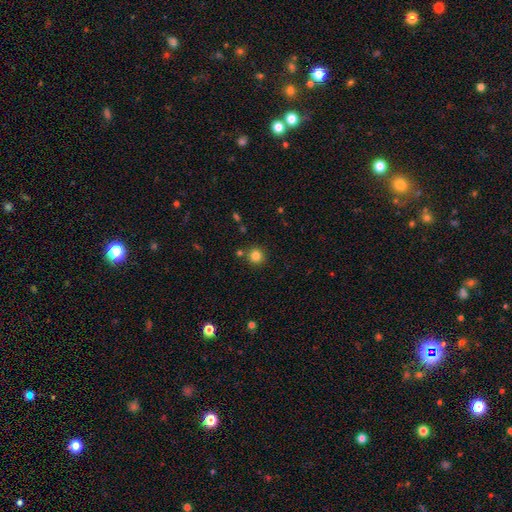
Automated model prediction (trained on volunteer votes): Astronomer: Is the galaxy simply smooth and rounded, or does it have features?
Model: smooth — 82%.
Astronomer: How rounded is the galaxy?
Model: round — 94%.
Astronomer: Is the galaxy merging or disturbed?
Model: none — 85%.